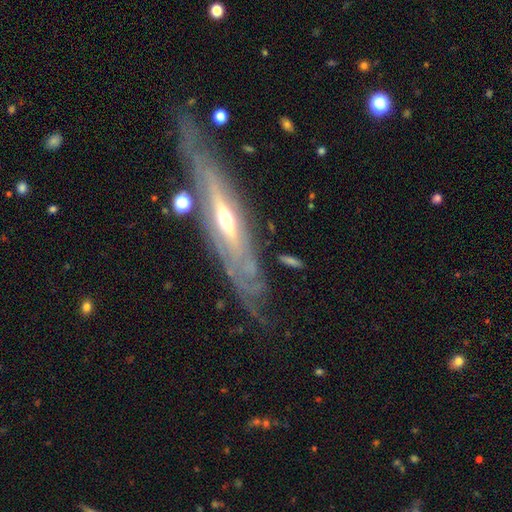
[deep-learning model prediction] A featured or disk galaxy (85%) viewed edge-on (52%). Merging: none (69%).